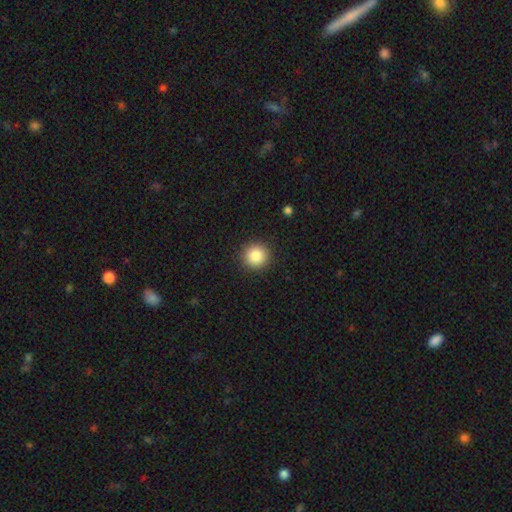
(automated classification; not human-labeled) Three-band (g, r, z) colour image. It shows a smooth galaxy with no disk features (86%) that is round (94%). Merging: none (92%).